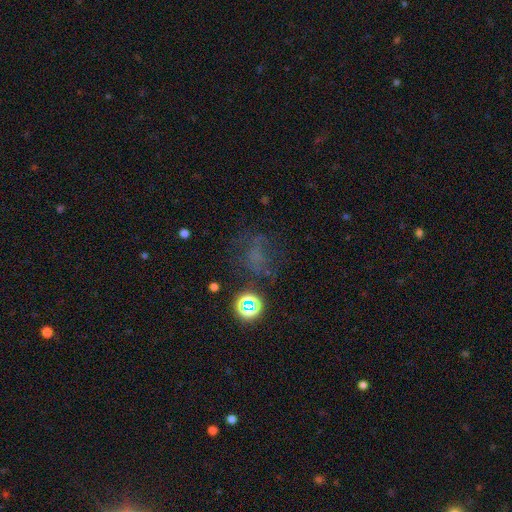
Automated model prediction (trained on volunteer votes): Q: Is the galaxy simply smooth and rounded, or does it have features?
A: star or artifact — 38%, tied with smooth.